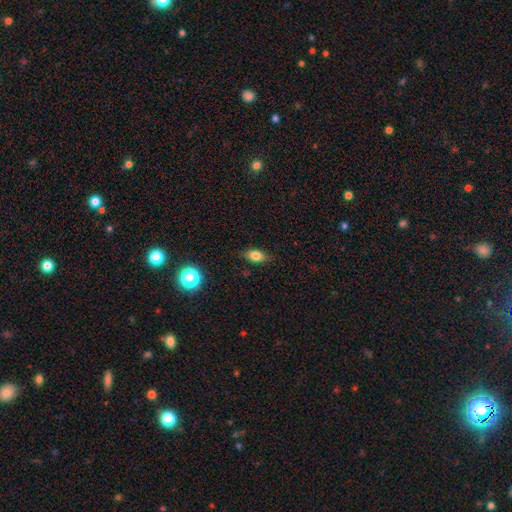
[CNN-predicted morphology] Smooth or featured: smooth — 79% (featured or disk — 11%)
How rounded: in between — 80% (round — 13%)
Merging: none — 82% (minor disturbance — 14%)